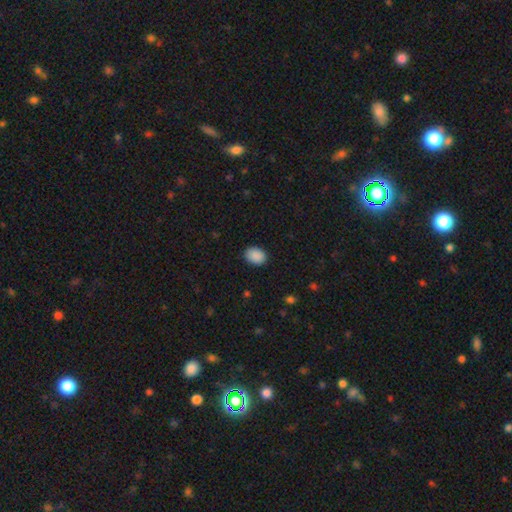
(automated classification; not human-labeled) A smooth galaxy with no disk features (90%) that is in between round and cigar-shaped (63%).

Vote fractions:
- Smooth or featured? smooth: 90% / star or artifact: 8% / featured or disk: 3%
- How rounded? in between: 63% / round: 36% / cigar-shaped: 1%
- Merging? none: 88% / minor disturbance: 9% / major disturbance: 2% / merger: 1%